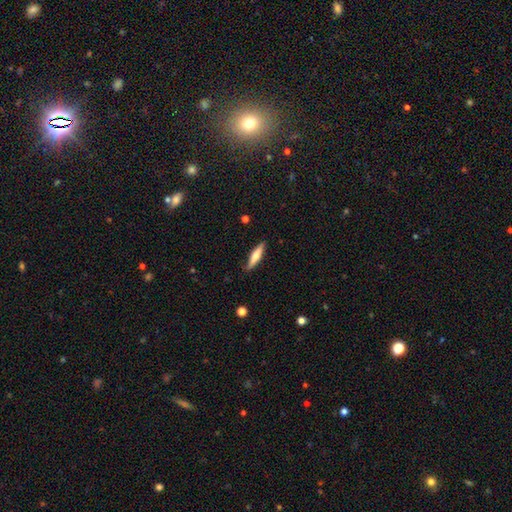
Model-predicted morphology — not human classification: Overall: smooth (53%; featured or disk 42%). How rounded: cigar-shaped (80%). Merging: none (87%).